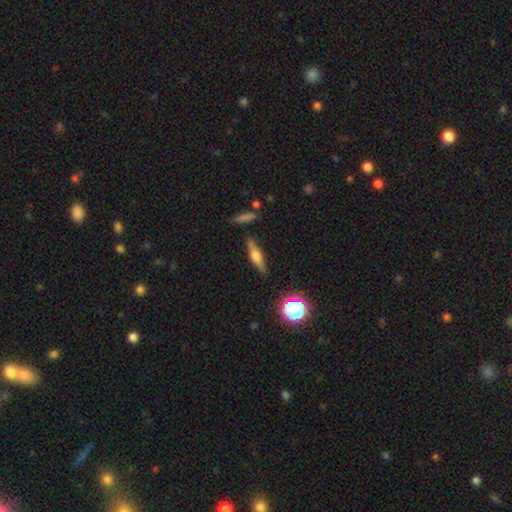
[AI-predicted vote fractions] Overall: featured or disk (51%; smooth 39%). Edge-on disk: yes (92%). Merging: none (83%).